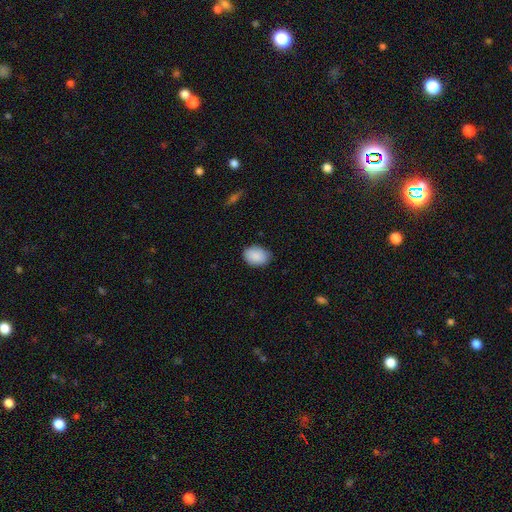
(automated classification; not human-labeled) A smooth galaxy with no disk features (89%) that is in between round and cigar-shaped (74%). Merging: none (82%).